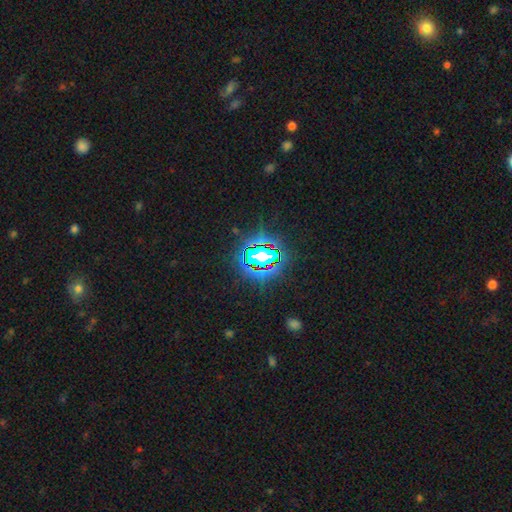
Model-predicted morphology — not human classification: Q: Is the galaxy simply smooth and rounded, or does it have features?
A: star or artifact — 75%.